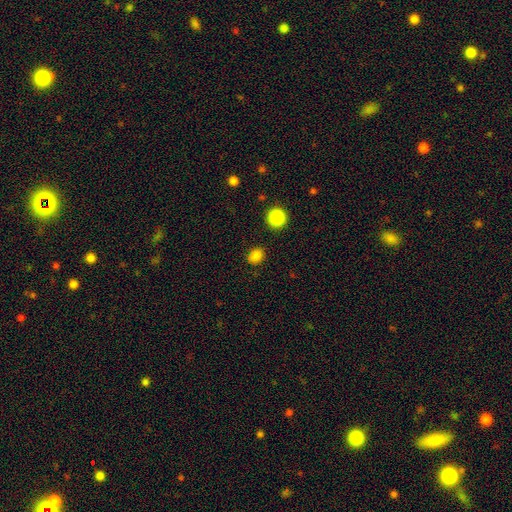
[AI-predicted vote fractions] Smooth or featured: smooth — 81% (star or artifact — 15%)
How rounded: round — 65% (in between — 34%)
Merging: none — 86% (minor disturbance — 9%)